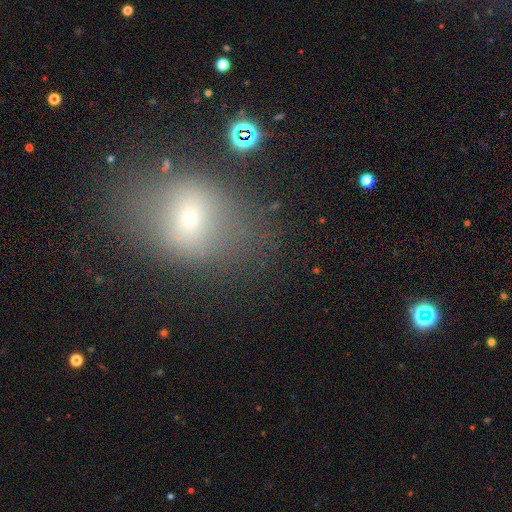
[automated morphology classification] A smooth galaxy with no disk features (53%) that is in between round and cigar-shaped (67%). Merging: none (72%).